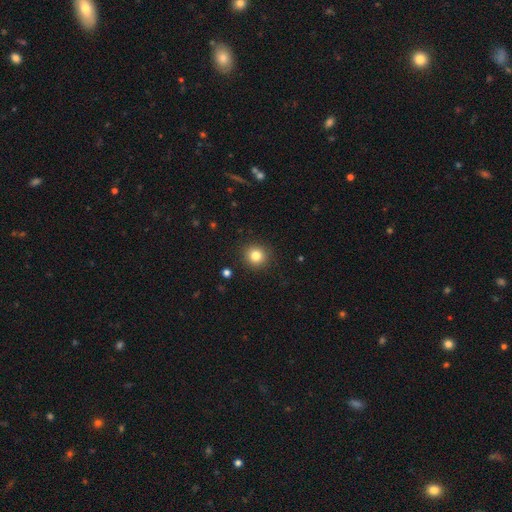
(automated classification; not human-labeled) Smooth or featured?
  - smooth: 81% *
  - star or artifact: 12%
  - featured or disk: 7%
How rounded?
  - round: 91% *
  - in between: 8%
  - cigar-shaped: 1%
Merging?
  - none: 91% *
  - minor disturbance: 6%
  - major disturbance: 2%
  - merger: 1%